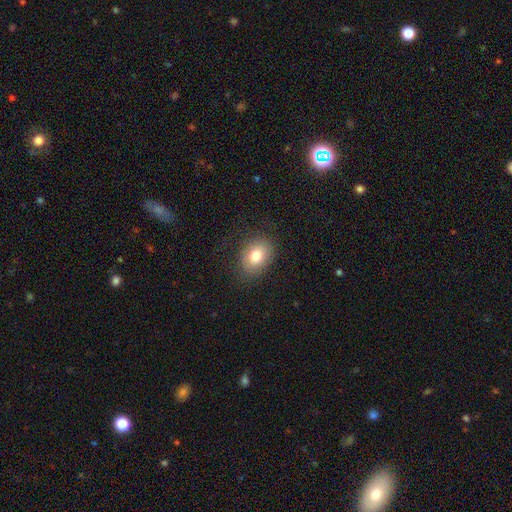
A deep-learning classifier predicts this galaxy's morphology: This appears to be a smooth galaxy with no disk features (79%) that is in between round and cigar-shaped (63%). Merging: none (82%).